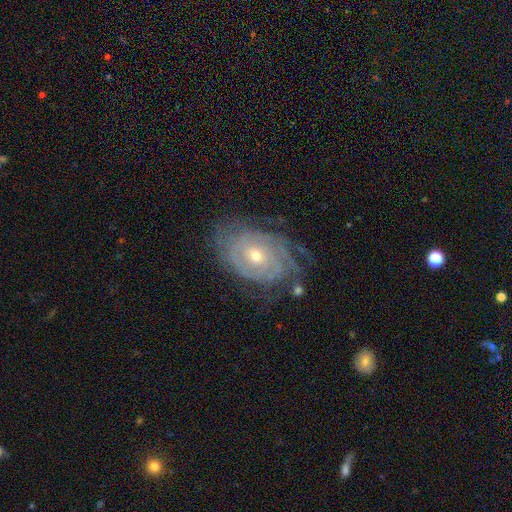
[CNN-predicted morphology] This appears to be a featured or disk galaxy (84%) with no bar (74%), tight (80%) spiral arms (94%) and a moderate central bulge (50%). Merging: none (69%).